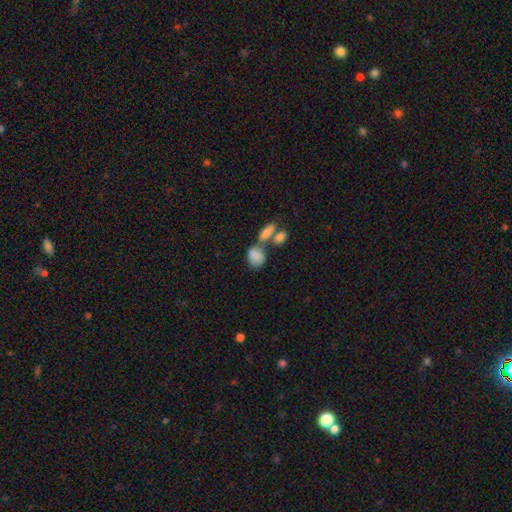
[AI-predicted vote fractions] Smooth or featured?
  - smooth: 81% *
  - featured or disk: 11%
  - star or artifact: 8%
How rounded?
  - in between: 73% *
  - round: 24%
  - cigar-shaped: 3%
Merging?
  - merger: 45% *
  - none: 34%
  - minor disturbance: 13%
  - major disturbance: 7%